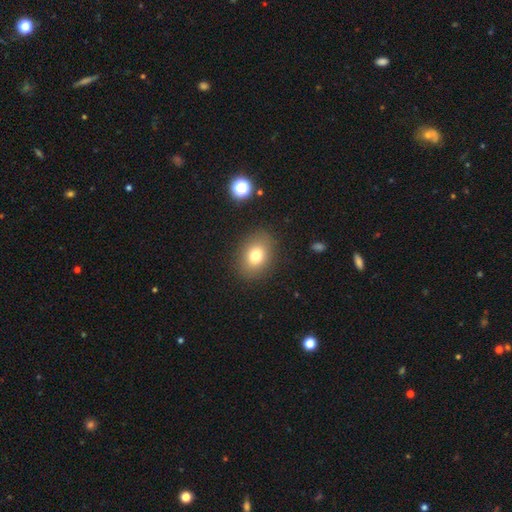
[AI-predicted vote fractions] Overall: smooth (76%). How rounded: in between (64%; round 35%). Merging: none (86%).